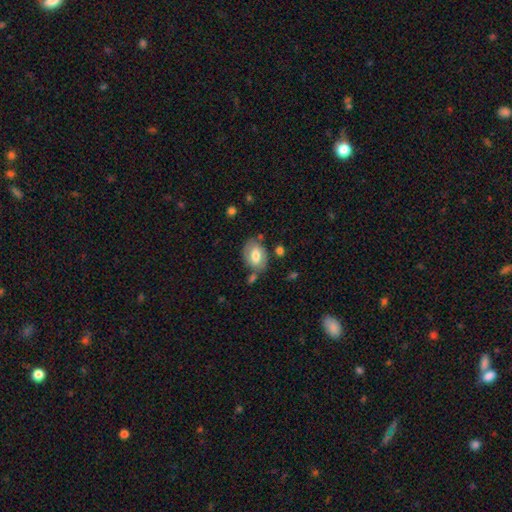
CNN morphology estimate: smooth 67%, featured or disk 26%, star or artifact 7%. Down the decision tree: how rounded — in between (79%); merging — none (66%).